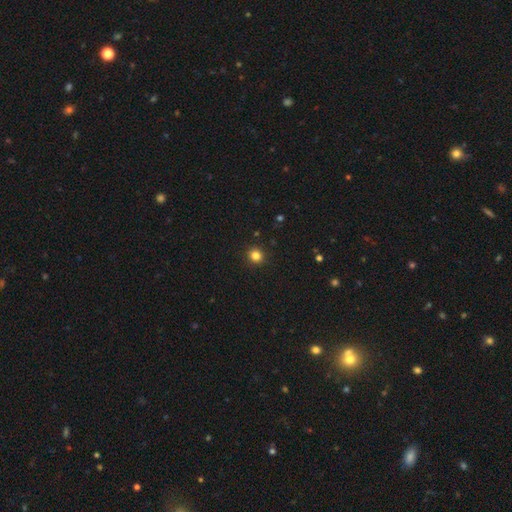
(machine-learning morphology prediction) A smooth galaxy with no disk features (83%) that is round (90%).

Vote fractions:
- Smooth or featured? smooth: 83% / star or artifact: 13% / featured or disk: 4%
- How rounded? round: 90% / in between: 9% / cigar-shaped: 1%
- Merging? none: 92% / minor disturbance: 5% / major disturbance: 2% / merger: 1%